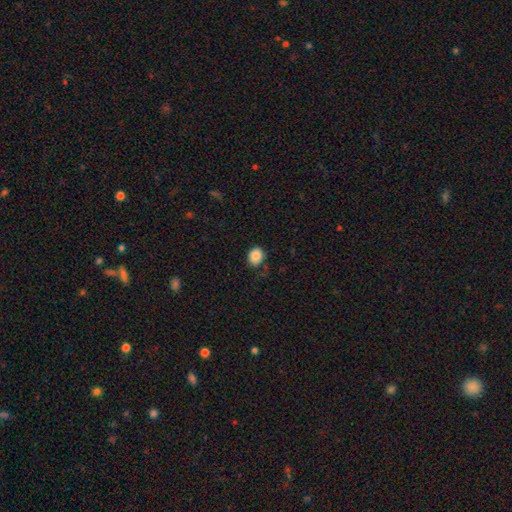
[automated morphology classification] Q: Smooth or featured?
A: smooth (87%); runner-up: star or artifact (9%)
Q: How rounded?
A: round (60%); runner-up: in between (39%)
Q: Merging?
A: none (79%); runner-up: minor disturbance (15%)